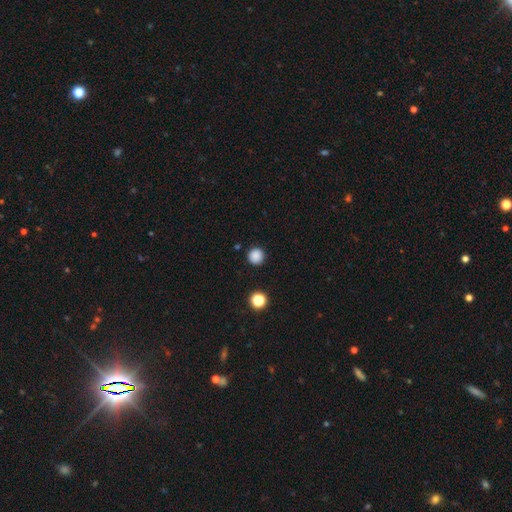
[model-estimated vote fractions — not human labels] This appears to be a smooth galaxy with no disk features (86%) that is round (95%). Merging: none (91%).